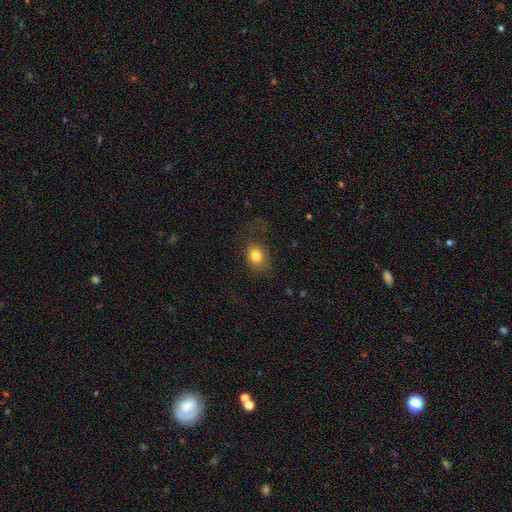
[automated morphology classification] smooth_or_featured: smooth (p=0.80) [alt: star or artifact p=0.11]
how_rounded: in between (p=0.51) [alt: round p=0.48]
merging: none (p=0.66) [alt: minor disturbance p=0.18]